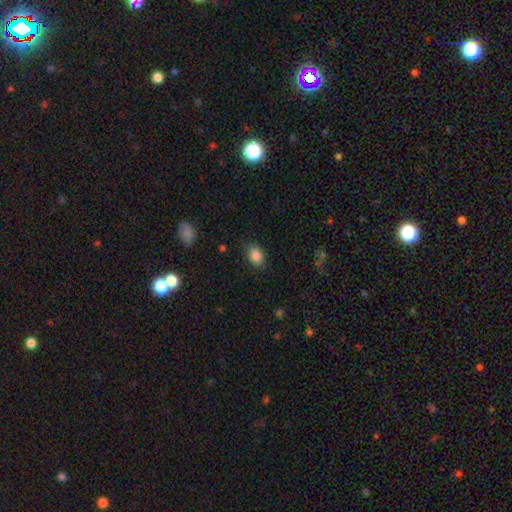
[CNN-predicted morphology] The model was most divided on "how rounded": in between: 82%, round: 17%, cigar-shaped: 1%. More confident: smooth or featured — smooth (85%); merging — none (84%).